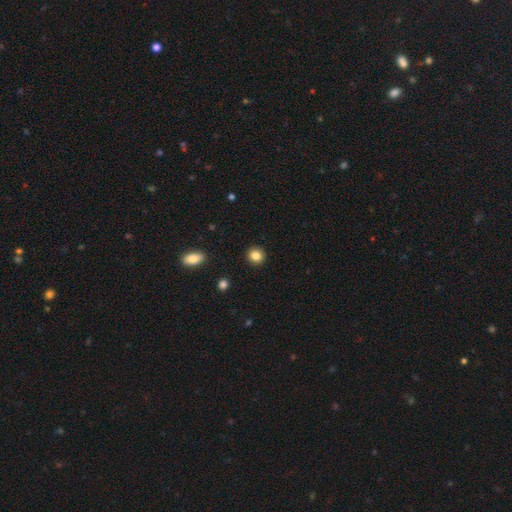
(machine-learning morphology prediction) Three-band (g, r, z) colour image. It shows a smooth galaxy with no disk features (85%) that is round (88%). Merging: none (92%).